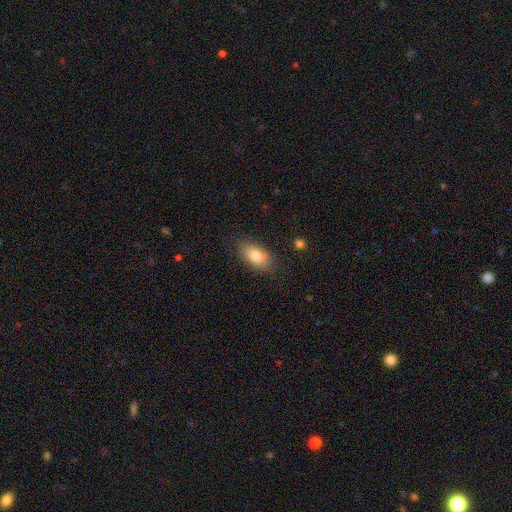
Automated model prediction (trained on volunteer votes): Smooth or featured?
  - smooth: 80% *
  - featured or disk: 13%
  - star or artifact: 8%
How rounded?
  - in between: 90% *
  - round: 6%
  - cigar-shaped: 5%
Merging?
  - none: 81% *
  - minor disturbance: 14%
  - major disturbance: 3%
  - merger: 2%